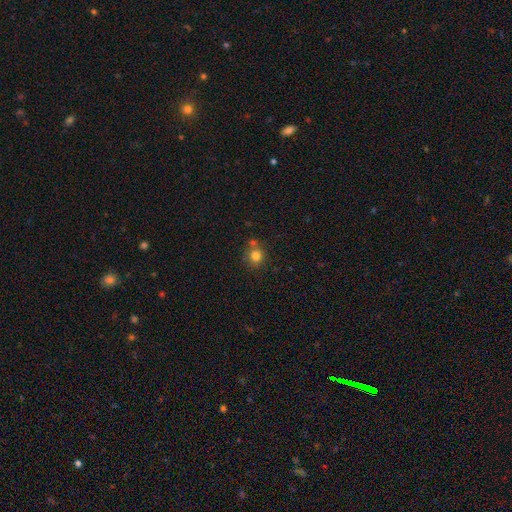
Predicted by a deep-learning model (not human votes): Smooth or featured? Predicted: smooth (p=0.79). How rounded? Predicted: round (p=0.83). Merging? Predicted: none (p=0.65).